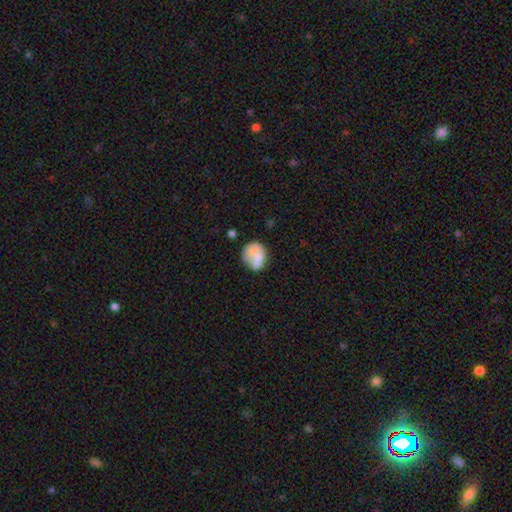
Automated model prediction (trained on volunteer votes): smooth 73%, featured or disk 19%, star or artifact 9%. Down the decision tree: how rounded — round (71%); merging — none (53%).